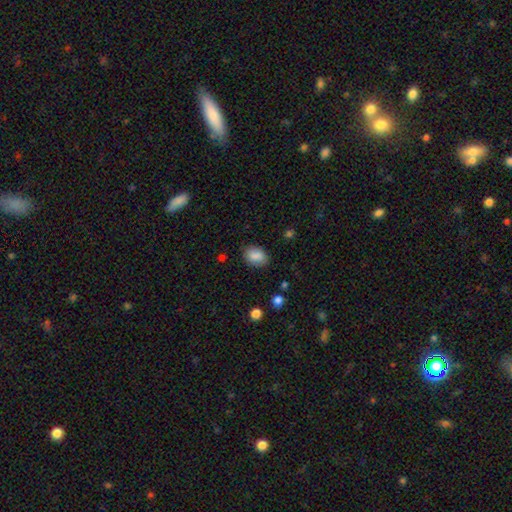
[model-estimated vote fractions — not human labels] Smooth or featured?
  - smooth: 87% *
  - star or artifact: 8%
  - featured or disk: 5%
How rounded?
  - in between: 75% *
  - round: 24%
  - cigar-shaped: 1%
Merging?
  - none: 83% *
  - minor disturbance: 13%
  - major disturbance: 3%
  - merger: 1%